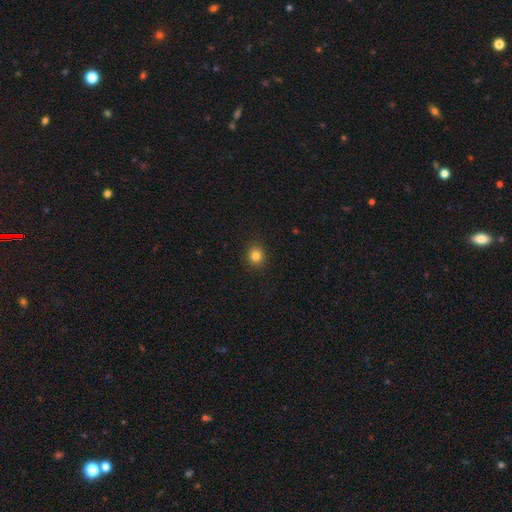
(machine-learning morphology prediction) Smooth or featured? Predicted: smooth (p=0.83). How rounded? Predicted: round (p=0.82). Merging? Predicted: none (p=0.91).